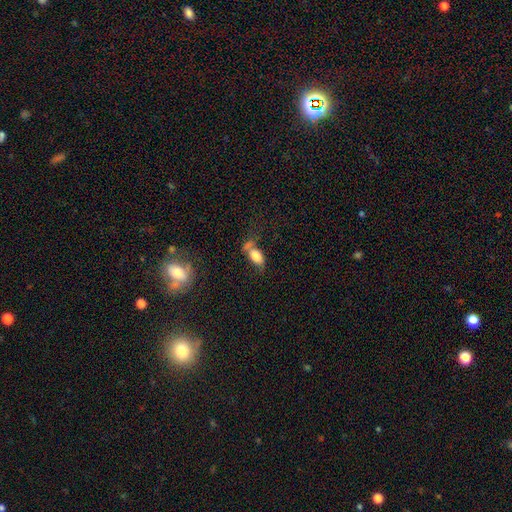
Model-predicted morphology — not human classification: type=smooth (76%); roundness=in between (88%); merging=none (38%).